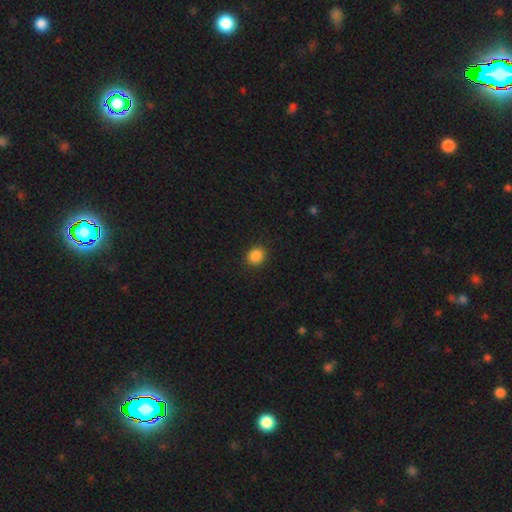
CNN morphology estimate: This appears to be a smooth galaxy with no disk features (87%) that is round (78%). Merging: none (91%).